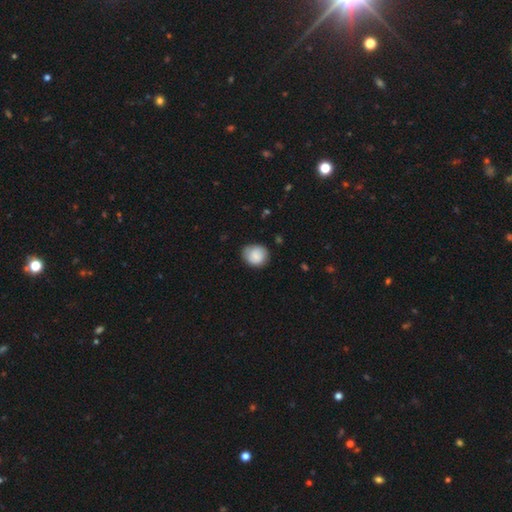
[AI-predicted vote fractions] smooth-or-featured: smooth: 81% | featured or disk: 12% | star or artifact: 7%
  how-rounded: round: 78% | in between: 21% | cigar-shaped: 1%
  merging: none: 75% | minor disturbance: 20% | major disturbance: 4% | merger: 1%